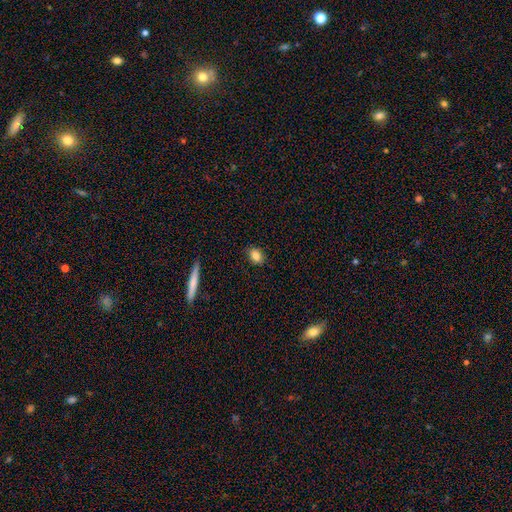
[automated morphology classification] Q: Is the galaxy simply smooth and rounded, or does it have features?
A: smooth — 83%.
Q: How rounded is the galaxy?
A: in between — 64%.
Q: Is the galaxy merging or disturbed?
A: none — 87%.